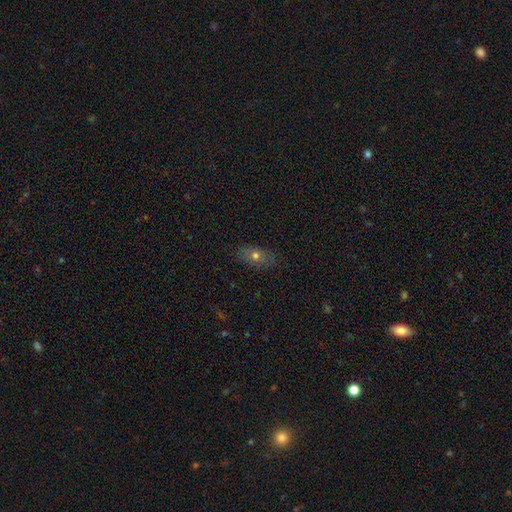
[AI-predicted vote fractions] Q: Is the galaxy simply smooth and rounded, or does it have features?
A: smooth — 66%.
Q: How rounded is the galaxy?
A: in between — 82%.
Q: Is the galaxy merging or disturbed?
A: none — 80%.